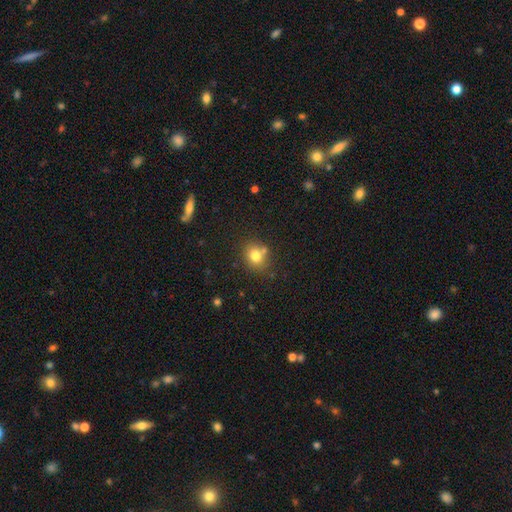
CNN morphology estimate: Smooth or featured? smooth (77%)
How rounded? round (65%)
Merging? none (67%)